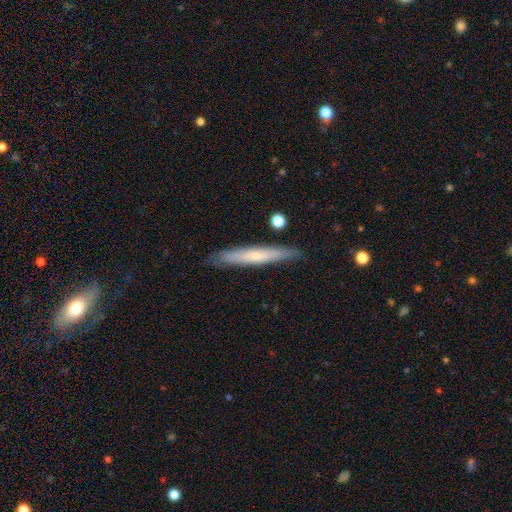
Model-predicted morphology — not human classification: A smooth galaxy with no disk features (55%) that is cigar-shaped (95%). Merging: none (88%).